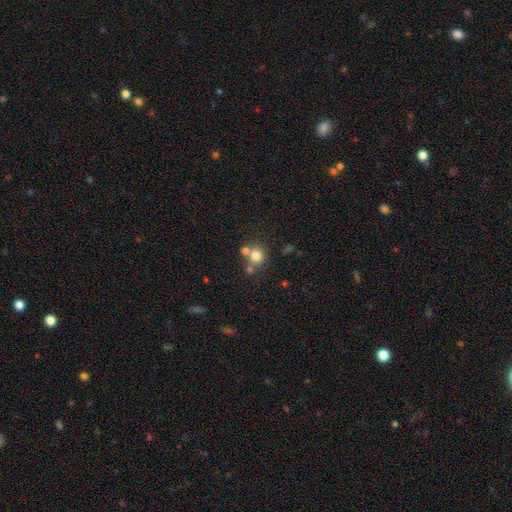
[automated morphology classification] Q: Smooth or featured?
A: smooth (76%); runner-up: star or artifact (13%)
Q: How rounded?
A: round (87%); runner-up: in between (12%)
Q: Merging?
A: none (59%); runner-up: merger (28%)